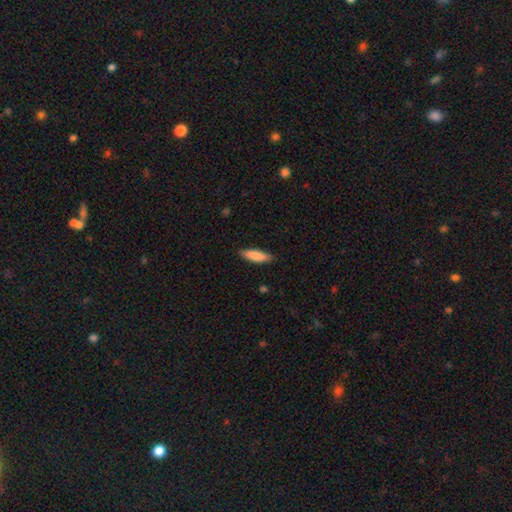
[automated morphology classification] This is clearly a smooth galaxy (84%). How rounded: possibly cigar-shaped (53%). Merging: clearly none (87%).